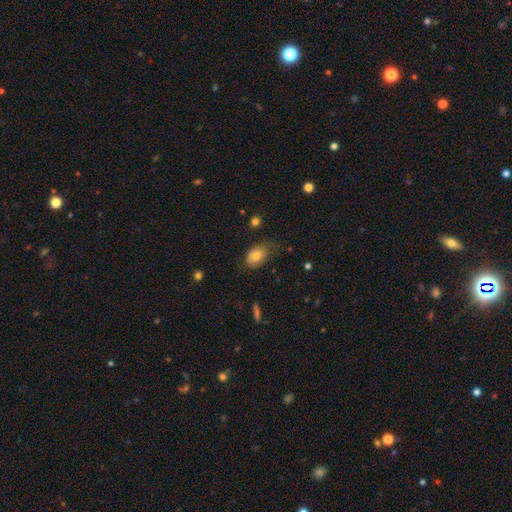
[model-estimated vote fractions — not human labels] Smooth or featured? smooth (78%)
How rounded? in between (82%)
Merging? none (55%)